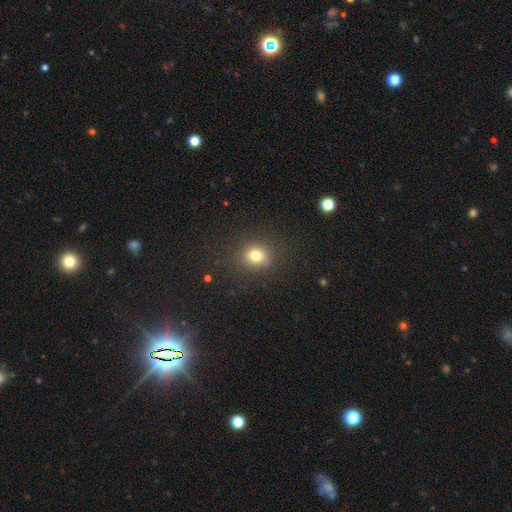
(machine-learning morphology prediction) A smooth galaxy with no disk features (78%) that is round (75%). Merging: none (87%).